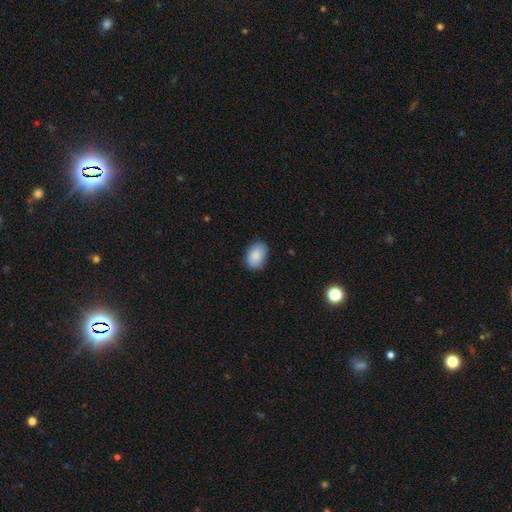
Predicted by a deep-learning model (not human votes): This appears to be a smooth galaxy with no disk features (88%) that is in between round and cigar-shaped (86%). Merging: none (84%).